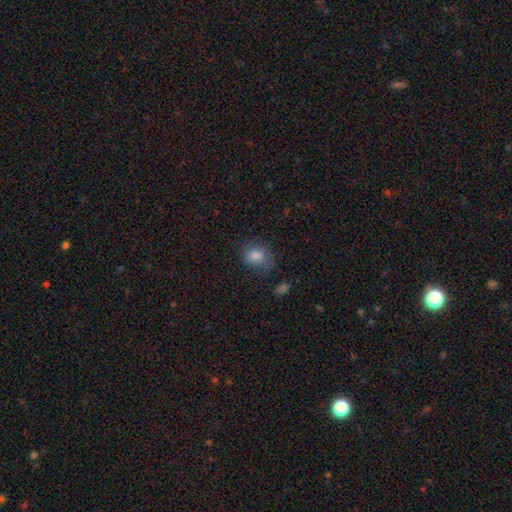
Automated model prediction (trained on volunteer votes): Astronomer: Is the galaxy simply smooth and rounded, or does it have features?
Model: smooth — 77%.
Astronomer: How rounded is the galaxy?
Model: round — 50% (runner-up: in between, 49%).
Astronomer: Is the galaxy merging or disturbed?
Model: none — 61%.